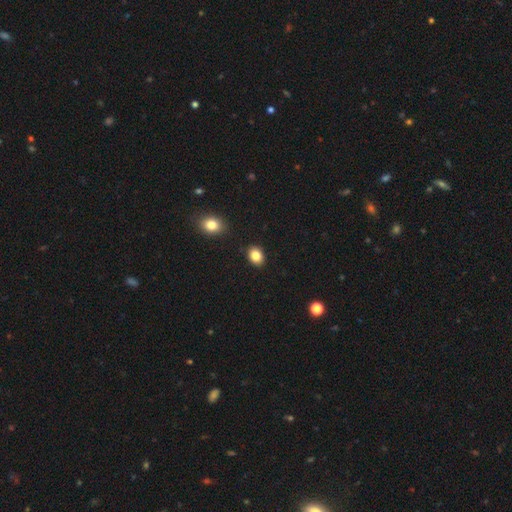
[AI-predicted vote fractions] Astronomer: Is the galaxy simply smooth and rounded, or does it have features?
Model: smooth — 85%.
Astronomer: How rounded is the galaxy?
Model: in between — 69%.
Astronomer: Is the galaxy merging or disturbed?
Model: none — 89%.